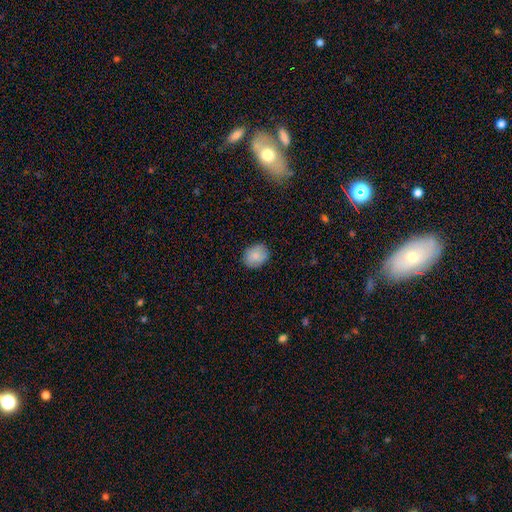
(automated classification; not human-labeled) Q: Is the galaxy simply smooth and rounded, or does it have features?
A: smooth — 86%.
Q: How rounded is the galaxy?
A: round — 50%.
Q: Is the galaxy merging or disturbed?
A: none — 87%.